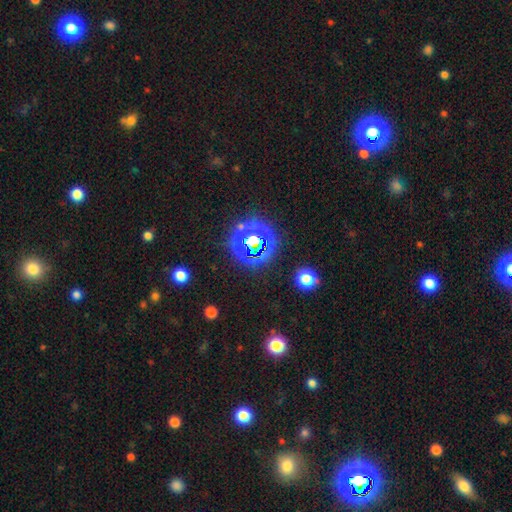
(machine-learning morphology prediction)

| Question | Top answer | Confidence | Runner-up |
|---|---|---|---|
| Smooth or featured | star or artifact | 69% | smooth (23%) |